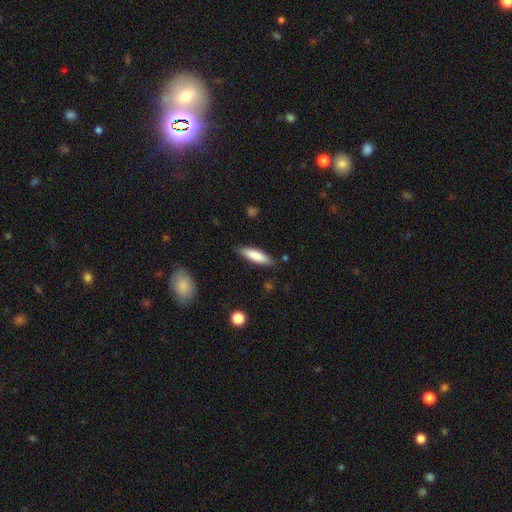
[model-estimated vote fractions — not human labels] The model was most divided on "how rounded": cigar-shaped: 62%, in between: 37%, round: 1%. More confident: merging — none (85%); smooth or featured — smooth (82%).